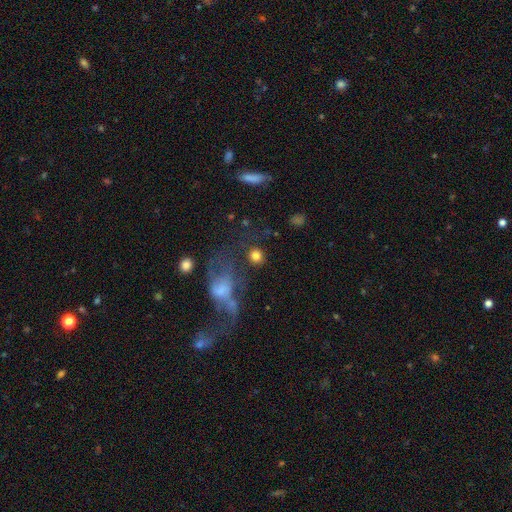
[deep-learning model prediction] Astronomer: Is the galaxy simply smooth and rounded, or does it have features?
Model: smooth — 77%.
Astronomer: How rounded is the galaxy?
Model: round — 85%.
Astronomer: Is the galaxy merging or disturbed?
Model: none — 61%.